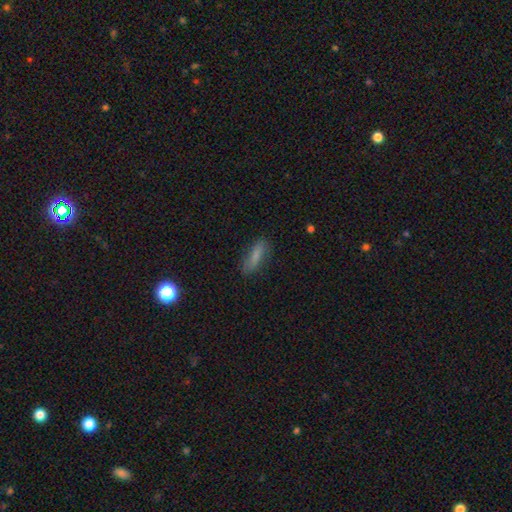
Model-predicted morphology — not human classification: The model was most divided on "how rounded": in between: 49%, cigar-shaped: 48%, round: 3%. More confident: merging — none (77%); smooth or featured — smooth (72%).